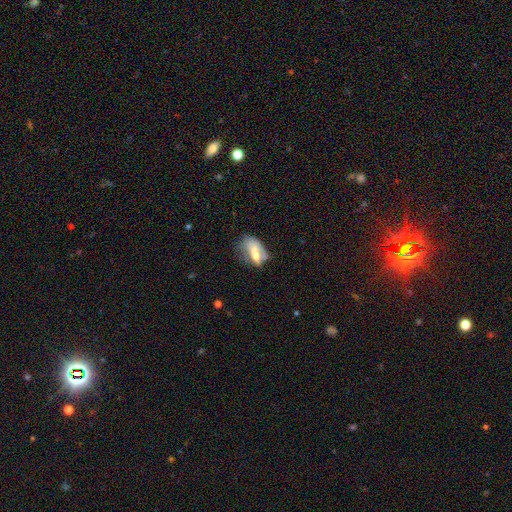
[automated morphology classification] Smooth or featured: smooth — 52% (featured or disk — 37%)
How rounded: in between — 84% (round — 11%)
Merging: none — 27% (tied with major disturbance — 27%)